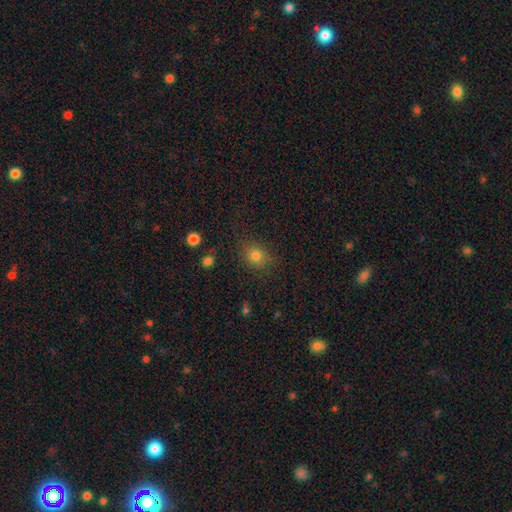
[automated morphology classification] smooth_or_featured: smooth (p=0.75) [alt: star or artifact p=0.17]
how_rounded: round (p=0.66) [alt: in between p=0.33]
merging: none (p=0.81) [alt: minor disturbance p=0.13]